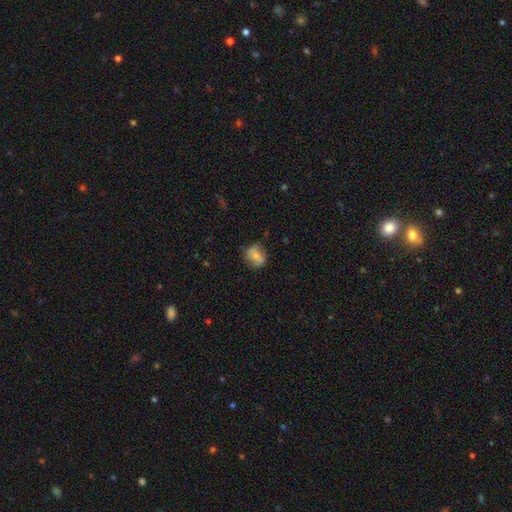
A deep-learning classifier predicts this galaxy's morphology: smooth_or_featured: smooth (p=0.68) [alt: featured or disk p=0.23]
how_rounded: round (p=0.61) [alt: in between p=0.37]
merging: none (p=0.73) [alt: minor disturbance p=0.20]